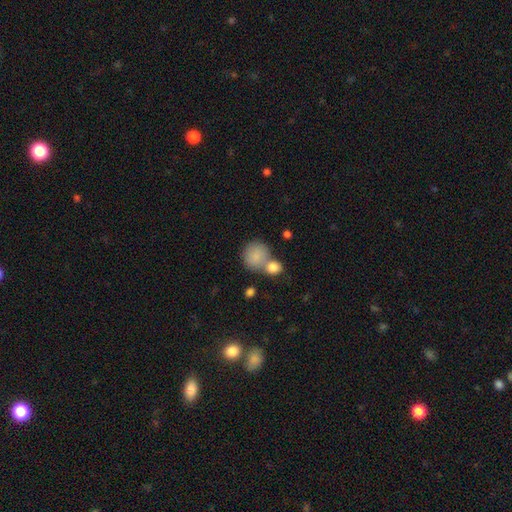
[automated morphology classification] Smooth or featured?
  - smooth: 85% *
  - featured or disk: 8%
  - star or artifact: 7%
How rounded?
  - round: 80% *
  - in between: 19%
  - cigar-shaped: 1%
Merging?
  - none: 43% *
  - merger: 41%
  - minor disturbance: 11%
  - major disturbance: 5%